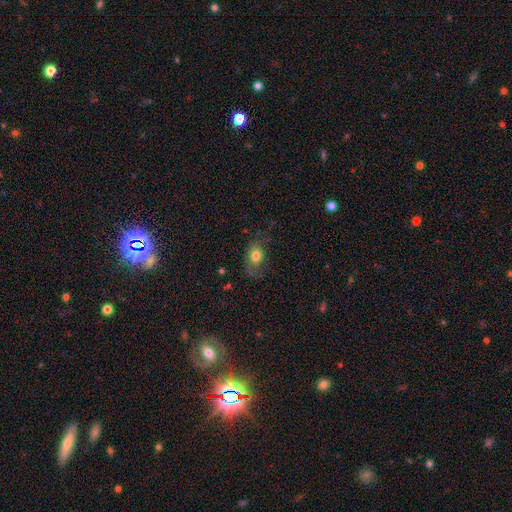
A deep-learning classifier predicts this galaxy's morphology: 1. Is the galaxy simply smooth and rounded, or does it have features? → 71% smooth, 19% featured or disk, 10% star or artifact.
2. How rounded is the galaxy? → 69% in between, 29% round, 2% cigar-shaped.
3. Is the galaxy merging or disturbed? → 57% none, 25% minor disturbance, 16% major disturbance, 2% merger.